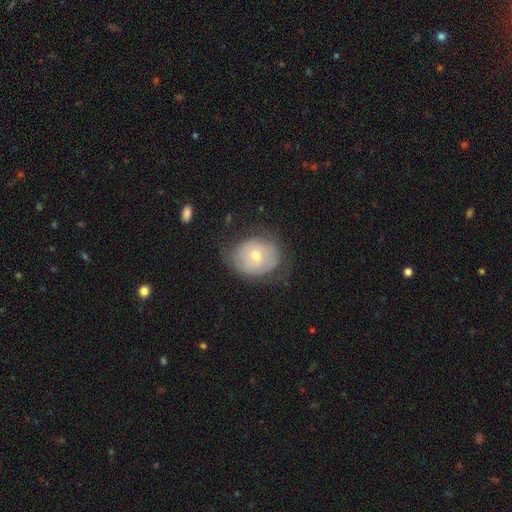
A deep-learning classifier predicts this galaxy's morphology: Smooth or featured: smooth — 47% (featured or disk — 45%)
Merging: none — 64% (minor disturbance — 24%)